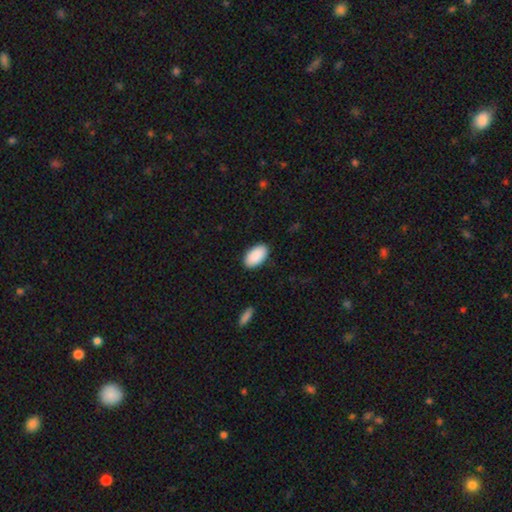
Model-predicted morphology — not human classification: Smooth or featured: smooth — 92% (star or artifact — 5%)
How rounded: in between — 96% (round — 3%)
Merging: none — 89% (minor disturbance — 8%)